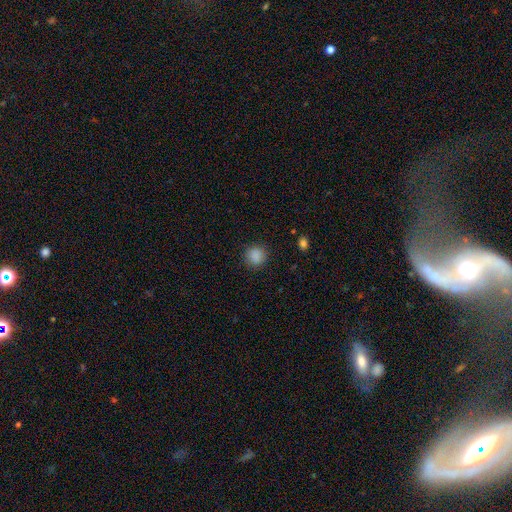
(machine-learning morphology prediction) This is clearly a smooth galaxy (87%). How rounded: clearly round (89%). Merging: clearly none (88%).